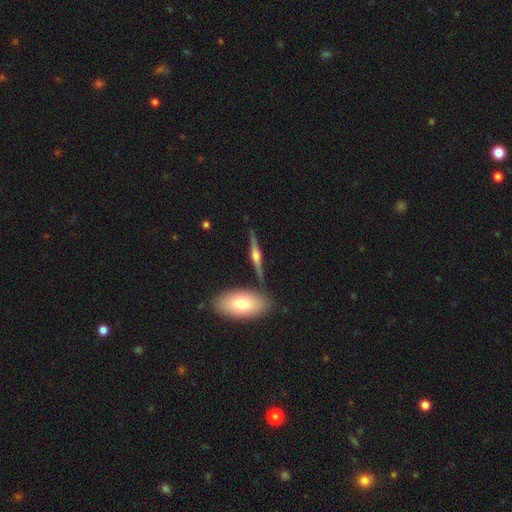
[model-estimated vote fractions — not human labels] Q: Smooth or featured?
A: featured or disk (72%); runner-up: smooth (22%)
Q: Edge-on disk?
A: yes (96%); runner-up: no (4%)
Q: Edge-on bulge?
A: rounded (90%); runner-up: boxy (7%)
Q: Merging?
A: none (80%); runner-up: minor disturbance (10%)